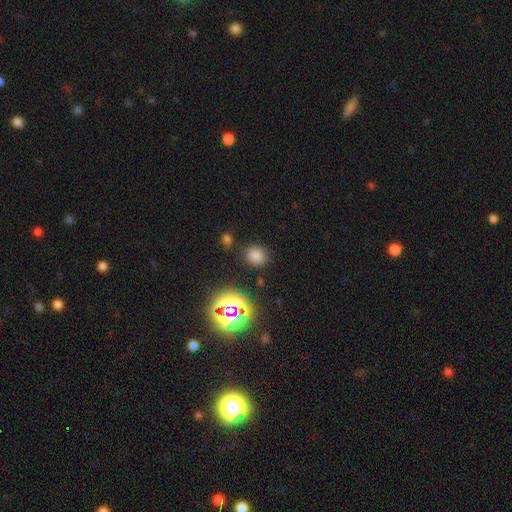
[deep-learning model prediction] smooth-or-featured: smooth: 72% | star or artifact: 22% | featured or disk: 6%
  how-rounded: round: 73% | in between: 26% | cigar-shaped: 1%
  merging: none: 83% | minor disturbance: 10% | major disturbance: 4% | merger: 3%